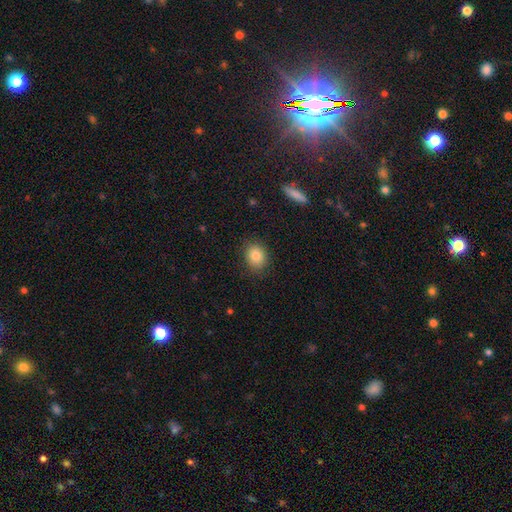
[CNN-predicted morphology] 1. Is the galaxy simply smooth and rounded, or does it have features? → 84% smooth, 9% star or artifact, 7% featured or disk.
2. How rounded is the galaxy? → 51% round, 48% in between, 1% cigar-shaped.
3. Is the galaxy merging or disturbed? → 86% none, 10% minor disturbance, 3% major disturbance, 1% merger.